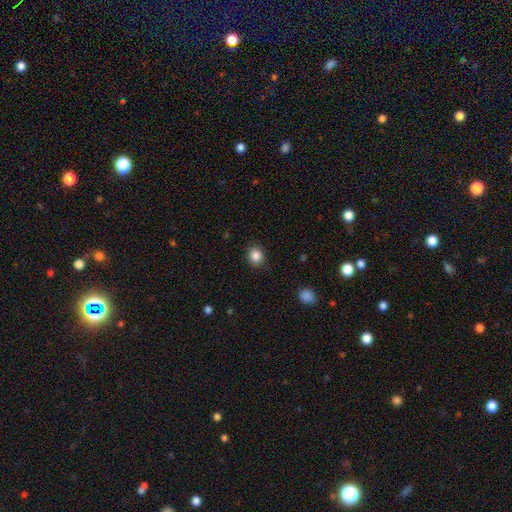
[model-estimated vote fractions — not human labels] This is clearly a smooth galaxy (86%). How rounded: likely round (77%). Merging: clearly none (90%).